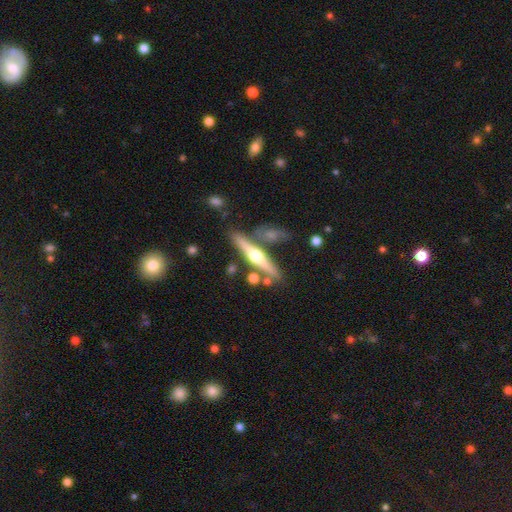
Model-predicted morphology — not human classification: smooth-or-featured: featured or disk: 68% | smooth: 26% | star or artifact: 5%
  disk-edge-on: yes: 96% | no: 4%
    edge-on-bulge: rounded: 94% | boxy: 3% | none: 3%
  merging: none: 75% | minor disturbance: 11% | merger: 10% | major disturbance: 3%